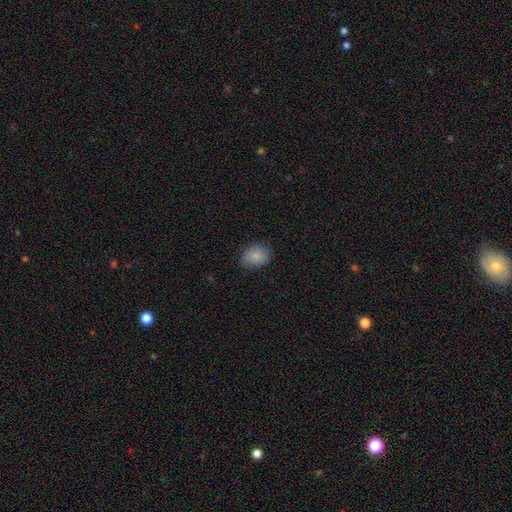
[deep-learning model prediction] smooth-or-featured: smooth: 84% | featured or disk: 8% | star or artifact: 8%
  how-rounded: in between: 52% | round: 48% | cigar-shaped: 1%
  merging: none: 68% | minor disturbance: 26% | major disturbance: 5% | merger: 1%